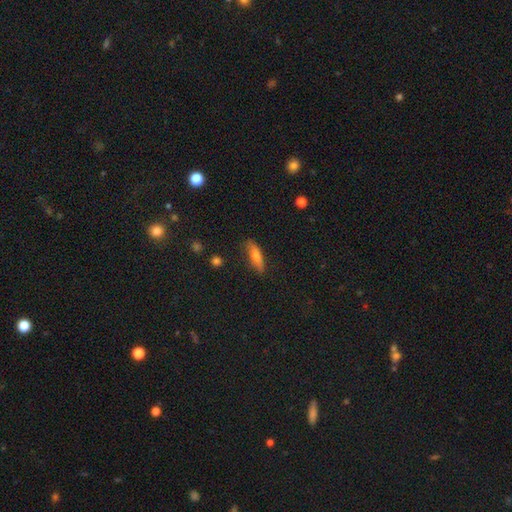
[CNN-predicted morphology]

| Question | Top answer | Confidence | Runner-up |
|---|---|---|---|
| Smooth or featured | smooth | 66% | featured or disk (26%) |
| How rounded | cigar-shaped | 55% | in between (43%) |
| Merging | none | 77% | minor disturbance (17%) |